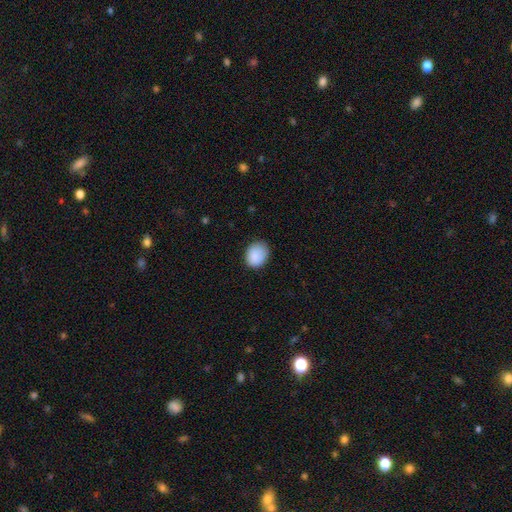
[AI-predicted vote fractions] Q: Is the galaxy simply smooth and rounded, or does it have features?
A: smooth — 88%.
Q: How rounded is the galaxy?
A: round — 51%.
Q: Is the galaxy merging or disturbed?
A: none — 76%.